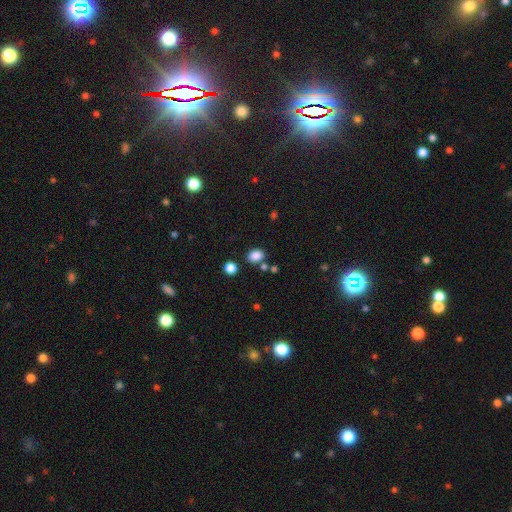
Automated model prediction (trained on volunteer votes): This appears to be a smooth galaxy with no disk features (85%) that is in between round and cigar-shaped (66%). Merging: none (74%).